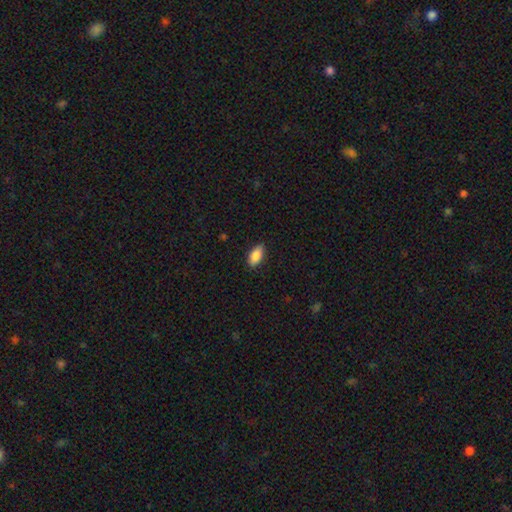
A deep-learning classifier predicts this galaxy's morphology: This appears to be a smooth galaxy with no disk features (87%) that is in between round and cigar-shaped (91%). Merging: none (86%).